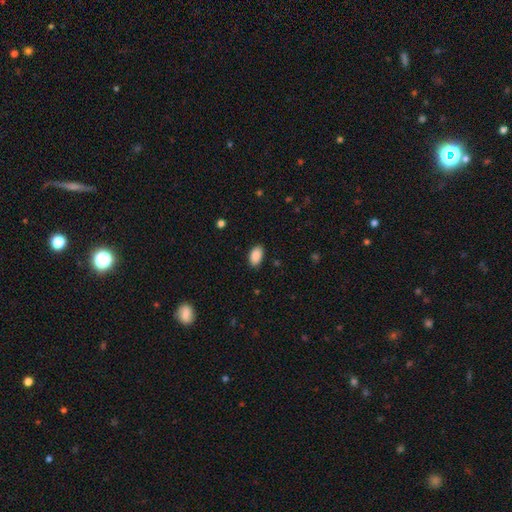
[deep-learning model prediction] Smooth or featured? smooth (90%)
How rounded? in between (94%)
Merging? none (86%)